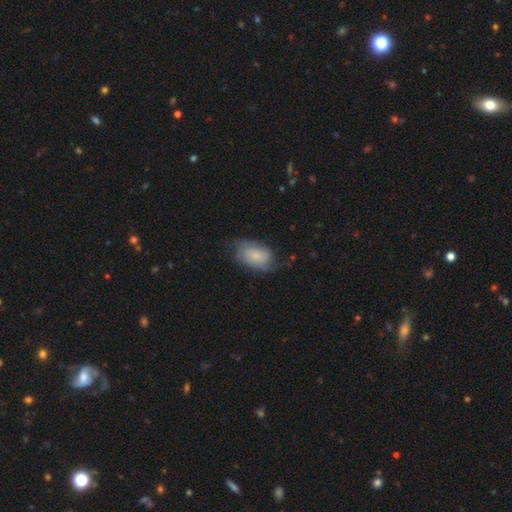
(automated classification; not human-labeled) The model was most divided on "merging": none: 59%, minor disturbance: 28%, major disturbance: 12%, merger: 1%. More confident: how rounded — in between (91%); smooth or featured — smooth (62%).